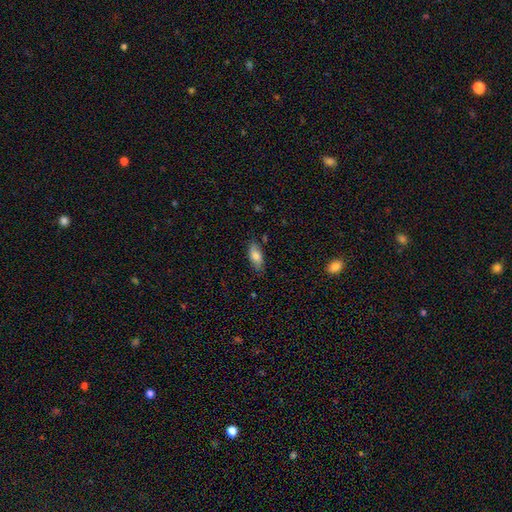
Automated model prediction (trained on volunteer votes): smooth_or_featured: smooth (p=0.79) [alt: featured or disk p=0.14]
how_rounded: in between (p=0.83) [alt: cigar-shaped p=0.14]
merging: none (p=0.77) [alt: minor disturbance p=0.17]